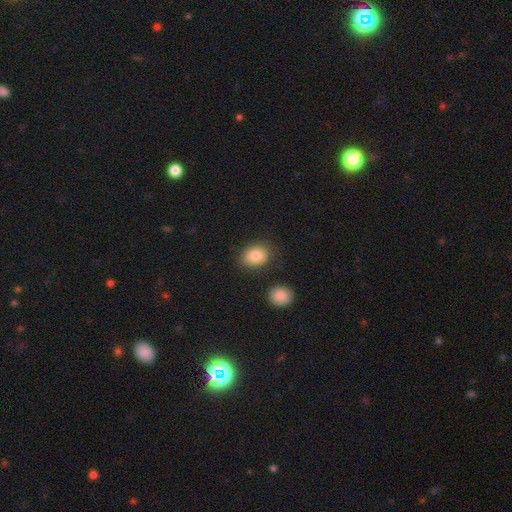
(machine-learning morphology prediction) The model was most divided on "how rounded": in between: 61%, round: 38%, cigar-shaped: 1%. More confident: smooth or featured — smooth (86%); merging — none (78%).